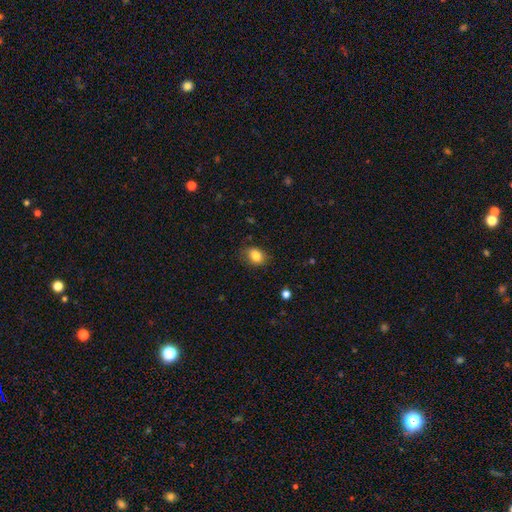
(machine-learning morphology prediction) type=smooth (84%); roundness=in between (64%); merging=none (81%).